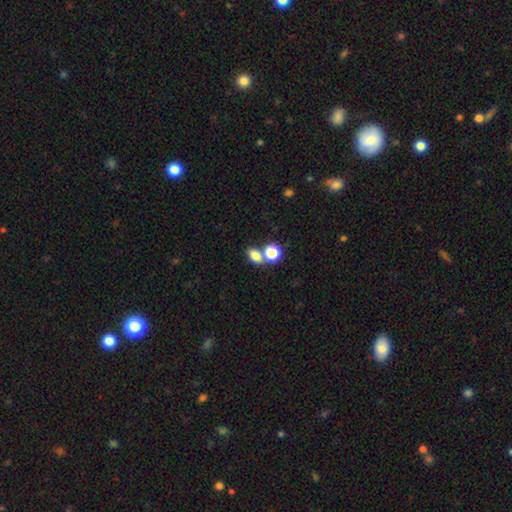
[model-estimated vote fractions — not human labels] smooth_or_featured: smooth (p=0.79) [alt: star or artifact p=0.13]
how_rounded: in between (p=0.67) [alt: round p=0.31]
merging: none (p=0.51) [alt: merger p=0.36]